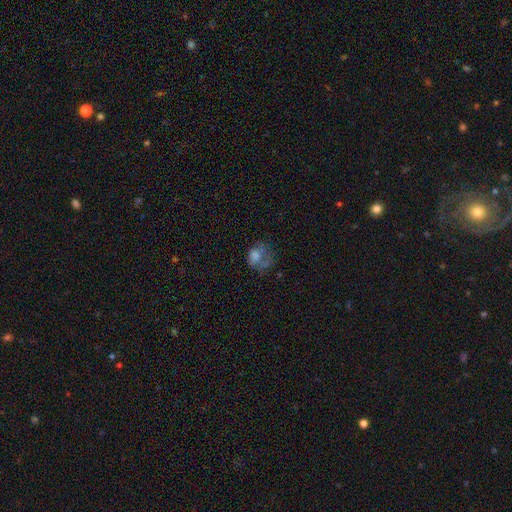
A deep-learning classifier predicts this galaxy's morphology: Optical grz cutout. It shows a smooth galaxy with no disk features (52%) that is round (53%). Merging: none (37%).